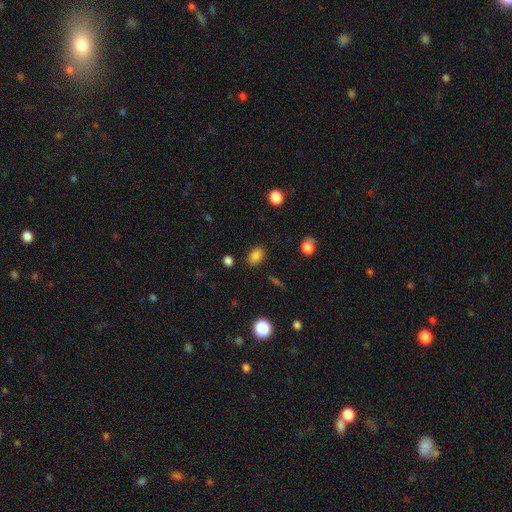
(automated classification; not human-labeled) The model was most divided on "how rounded": in between: 77%, round: 22%, cigar-shaped: 1%. More confident: smooth or featured — smooth (85%); merging — none (83%).